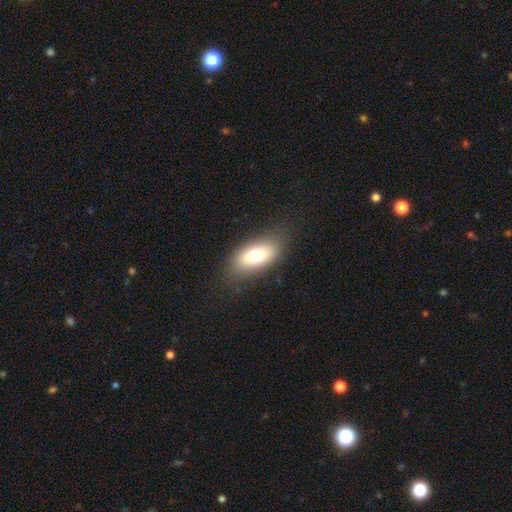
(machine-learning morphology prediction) type=smooth (70%); roundness=in between (86%); merging=none (80%).